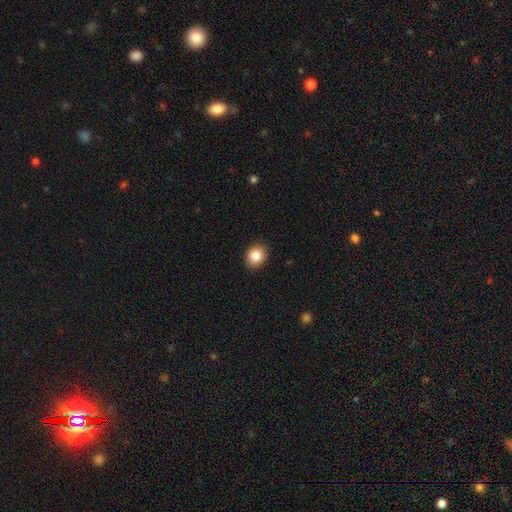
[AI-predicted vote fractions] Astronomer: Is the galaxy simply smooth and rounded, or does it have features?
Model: smooth — 86%.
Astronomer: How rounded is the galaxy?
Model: round — 59% (runner-up: in between, 40%).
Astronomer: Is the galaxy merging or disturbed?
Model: none — 89%.